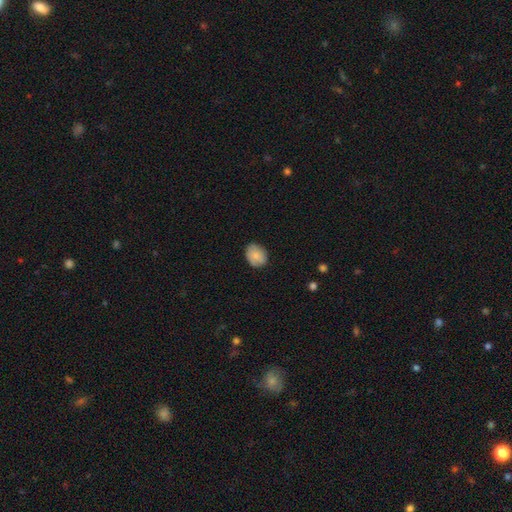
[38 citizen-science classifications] A smooth galaxy with no disk features (76%) that is round (69%). Merging: none (77%).